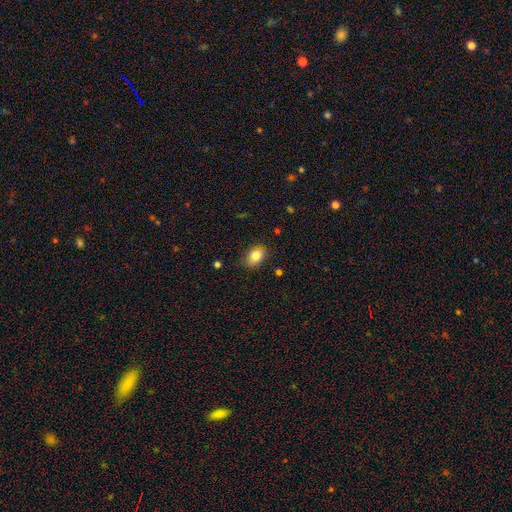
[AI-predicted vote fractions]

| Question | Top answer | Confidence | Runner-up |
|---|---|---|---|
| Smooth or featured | smooth | 83% | featured or disk (9%) |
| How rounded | in between | 81% | round (18%) |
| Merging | none | 76% | minor disturbance (19%) |